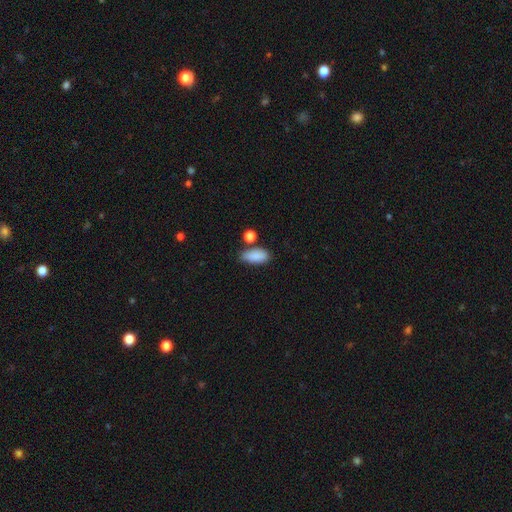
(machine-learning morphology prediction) A smooth galaxy with no disk features (87%) that is in between round and cigar-shaped (87%).

Vote fractions:
- Smooth or featured? smooth: 87% / star or artifact: 8% / featured or disk: 6%
- How rounded? in between: 87% / cigar-shaped: 9% / round: 4%
- Merging? none: 64% / minor disturbance: 20% / merger: 10% / major disturbance: 5%